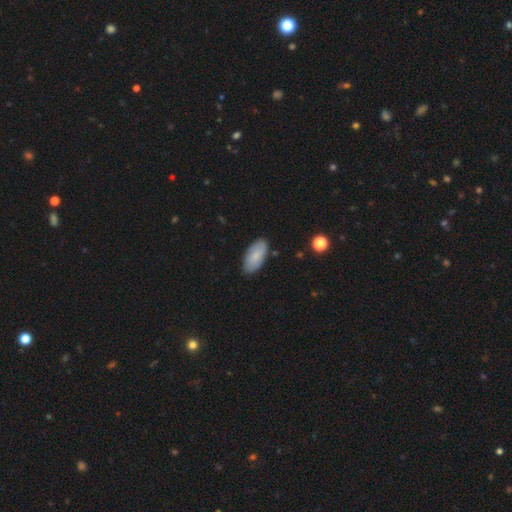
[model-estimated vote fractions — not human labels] smooth-or-featured: smooth: 78% | featured or disk: 16% | star or artifact: 6%
  how-rounded: in between: 92% | cigar-shaped: 6% | round: 2%
  merging: none: 85% | minor disturbance: 12% | major disturbance: 2% | merger: 1%